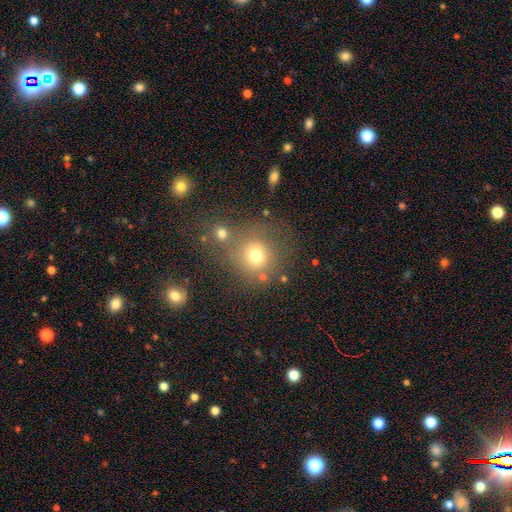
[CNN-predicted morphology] type=smooth (71%); roundness=round (88%); merging=none (60%).